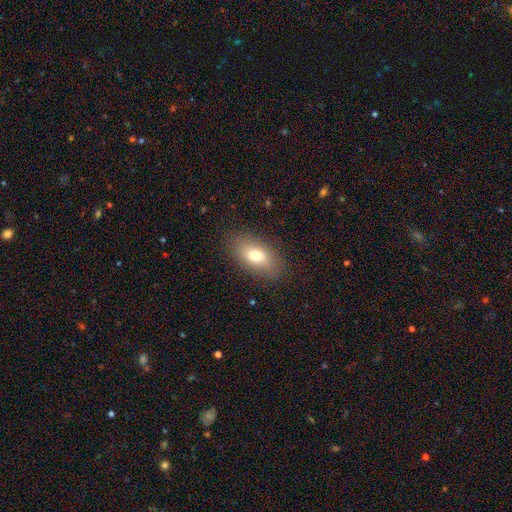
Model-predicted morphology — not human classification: smooth_or_featured: smooth (p=0.76) [alt: featured or disk p=0.15]
how_rounded: in between (p=0.88) [alt: round p=0.06]
merging: none (p=0.85) [alt: minor disturbance p=0.11]